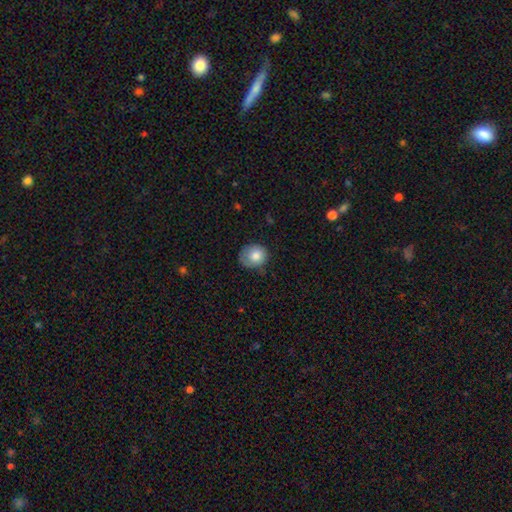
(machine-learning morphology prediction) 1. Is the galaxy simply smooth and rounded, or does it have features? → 80% smooth, 12% featured or disk, 8% star or artifact.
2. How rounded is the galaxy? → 77% round, 23% in between, 1% cigar-shaped.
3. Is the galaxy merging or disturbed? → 62% none, 28% minor disturbance, 8% major disturbance, 1% merger.